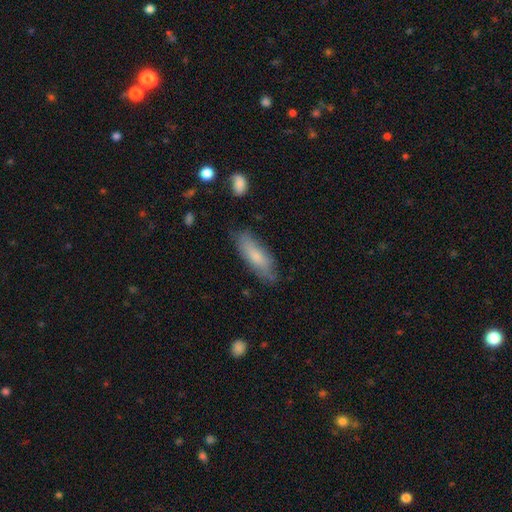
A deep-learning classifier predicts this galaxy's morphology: The model was most divided on "how rounded": in between: 54%, cigar-shaped: 45%, round: 2%. More confident: merging — none (73%); smooth or featured — smooth (71%).